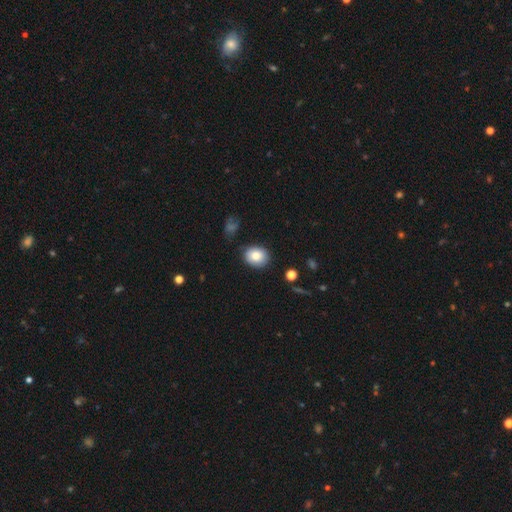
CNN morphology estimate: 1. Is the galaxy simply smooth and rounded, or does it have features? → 81% smooth, 10% featured or disk, 9% star or artifact.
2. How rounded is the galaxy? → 57% round, 42% in between, 1% cigar-shaped.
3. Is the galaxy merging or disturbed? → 83% none, 13% minor disturbance, 3% major disturbance, 2% merger.